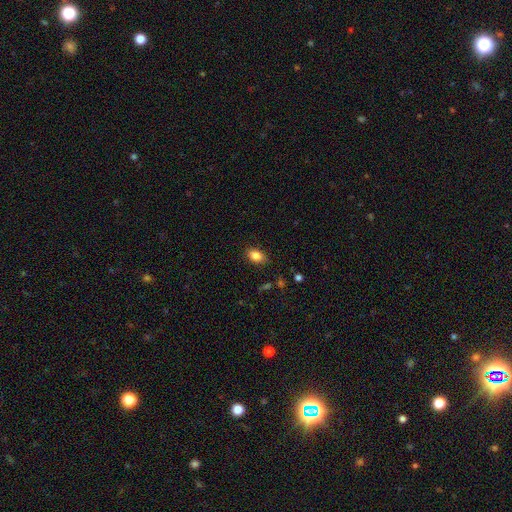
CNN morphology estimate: Overall: smooth (85%). How rounded: in between (83%). Merging: none (84%).